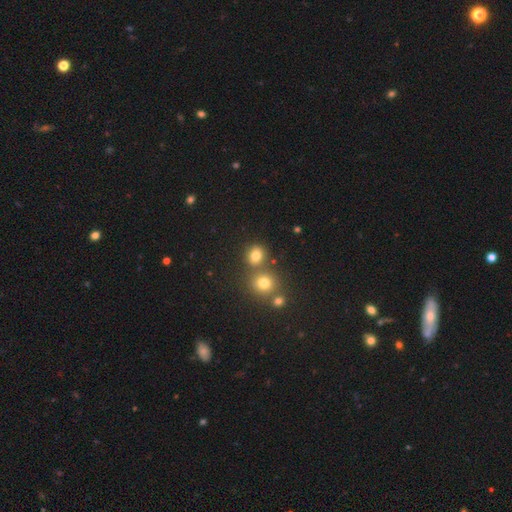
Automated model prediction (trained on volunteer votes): Overall: smooth (76%). How rounded: round (75%). Merging: none (67%).